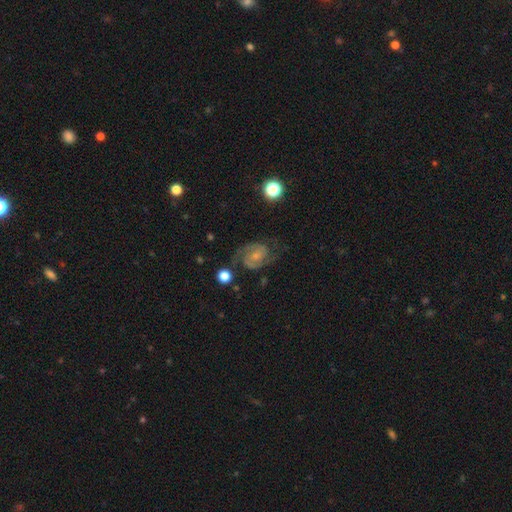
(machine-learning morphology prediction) Smooth or featured?
  - featured or disk: 86% *
  - smooth: 7%
  - star or artifact: 7%
Edge-on disk?
  - no: 98% *
  - yes: 2%
Bar?
  - no: 54% *
  - weak: 37%
  - strong: 8%
Spiral arms?
  - yes: 98% *
  - no: 2%
Spiral winding?
  - medium: 51% *
  - tight: 38%
  - loose: 11%
Spiral arm count?
  - 2: 92% *
  - can't tell: 3%
  - 3: 2%
  - 1: 1%
  - 4: 1%
  - more than 4: 1%
Bulge size?
  - small: 53% *
  - moderate: 30%
  - none: 12%
  - large: 3%
  - dominant: 1%
Merging?
  - none: 74% *
  - minor disturbance: 16%
  - major disturbance: 8%
  - merger: 2%